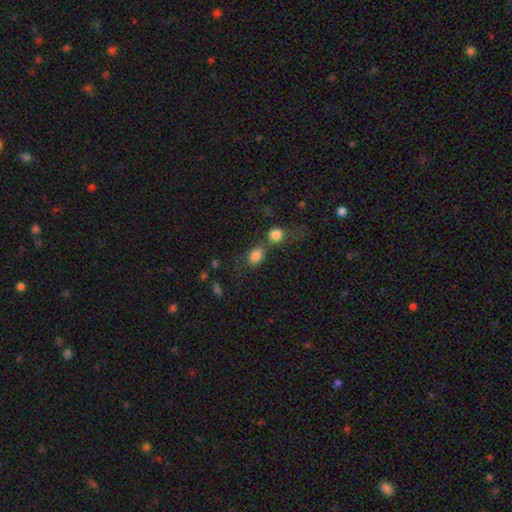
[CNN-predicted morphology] smooth 82%, star or artifact 10%, featured or disk 8%. Down the decision tree: how rounded — in between (64%); merging — none (41%).